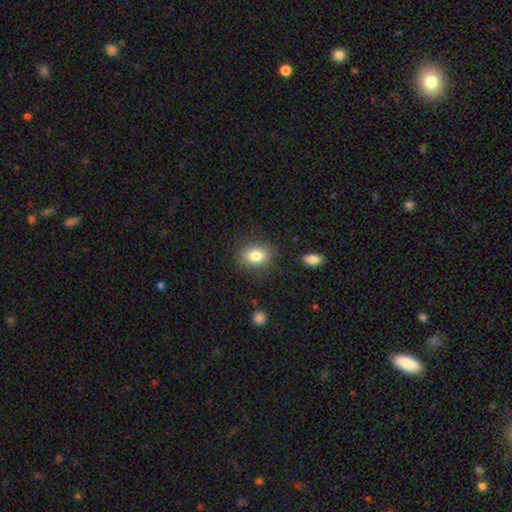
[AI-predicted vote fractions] smooth 82%, star or artifact 9%, featured or disk 9%. Down the decision tree: how rounded — in between (60%); merging — none (84%).